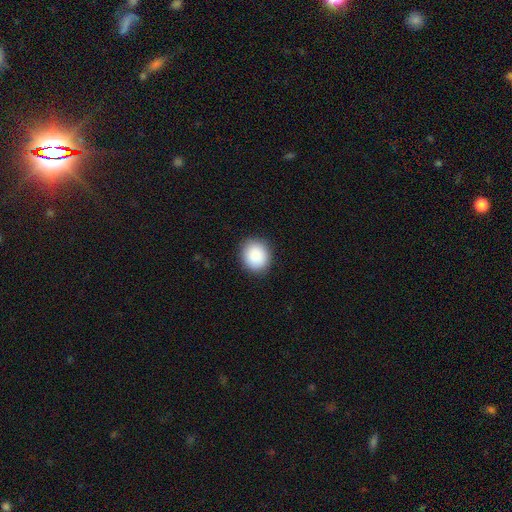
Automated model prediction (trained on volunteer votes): Smooth or featured? Predicted: smooth (p=0.90). How rounded? Predicted: round (p=0.75). Merging? Predicted: none (p=0.90).